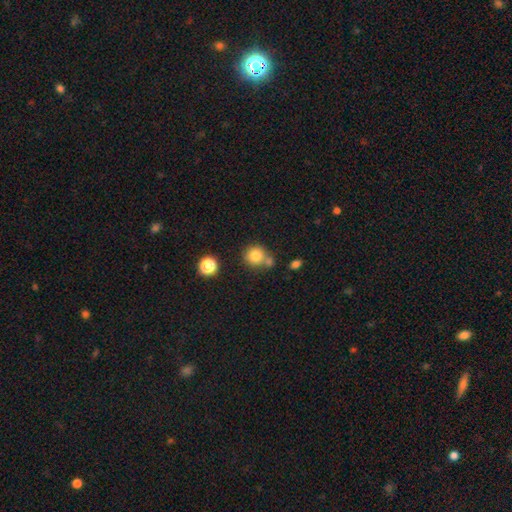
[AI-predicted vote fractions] Smooth or featured: smooth — 79% (star or artifact — 12%)
How rounded: round — 89% (in between — 10%)
Merging: none — 60% (merger — 25%)